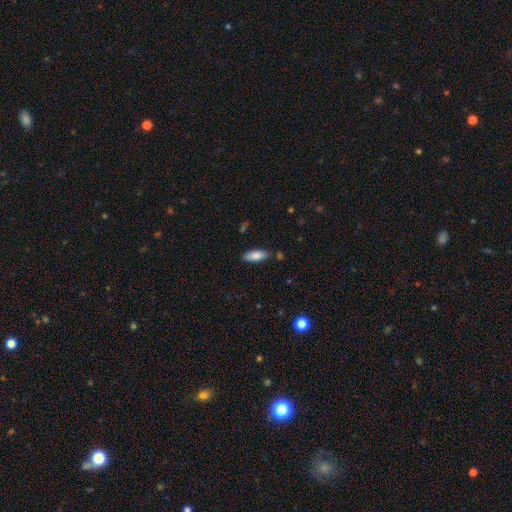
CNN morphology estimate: A smooth galaxy with no disk features (83%) that is in between round and cigar-shaped (70%). Merging: none (83%).